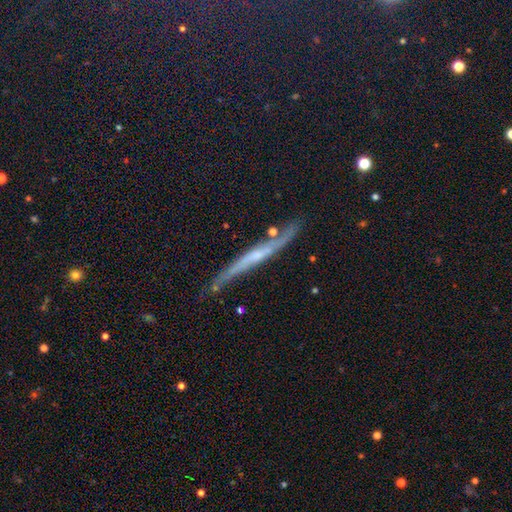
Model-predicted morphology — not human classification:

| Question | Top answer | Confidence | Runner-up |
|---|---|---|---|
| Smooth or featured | featured or disk | 64% | smooth (24%) |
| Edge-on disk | yes | 86% | no (14%) |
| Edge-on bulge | none | 54% | rounded (36%) |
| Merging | none | 70% | minor disturbance (21%) |